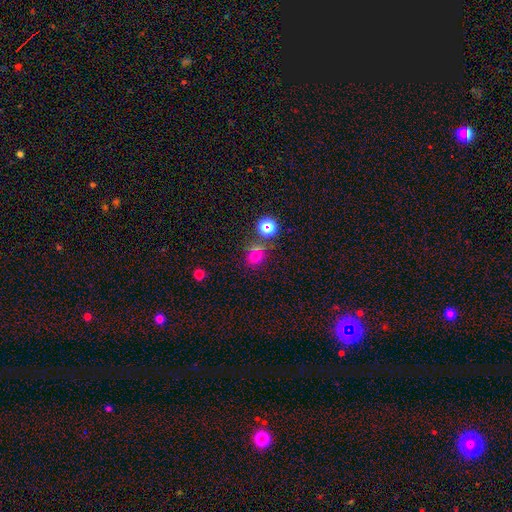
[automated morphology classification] Smooth or featured?
  - smooth: 62% *
  - star or artifact: 29%
  - featured or disk: 8%
How rounded?
  - round: 76% *
  - in between: 23%
  - cigar-shaped: 1%
Merging?
  - none: 68% *
  - merger: 15%
  - minor disturbance: 12%
  - major disturbance: 5%